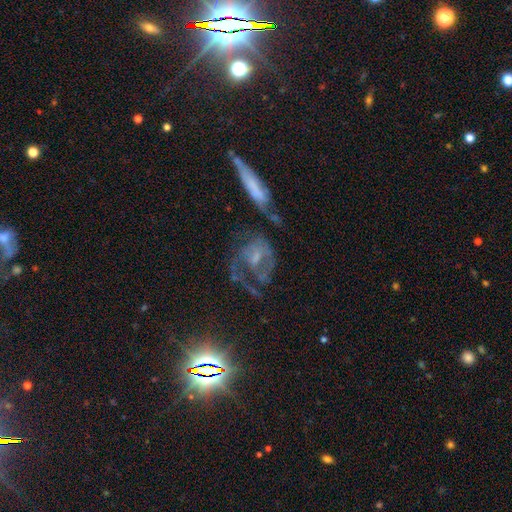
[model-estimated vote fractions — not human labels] Smooth or featured? Predicted: featured or disk (p=0.69). Edge-on disk? Predicted: no (p=0.94). Bar? Predicted: no (p=0.51). Spiral arms? Predicted: yes (p=0.72). Bulge size? Predicted: small (p=0.37). Merging? Predicted: major disturbance (p=0.33, tied with none).